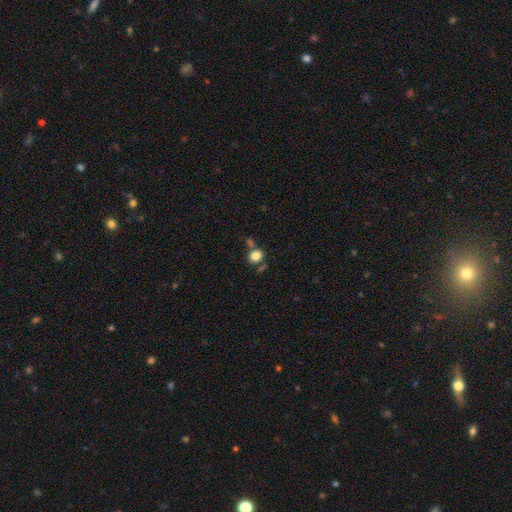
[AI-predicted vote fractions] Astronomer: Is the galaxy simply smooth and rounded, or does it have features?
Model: smooth — 81%.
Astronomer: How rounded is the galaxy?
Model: in between — 53% (runner-up: round, 46%).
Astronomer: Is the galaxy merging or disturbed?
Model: none — 61%.